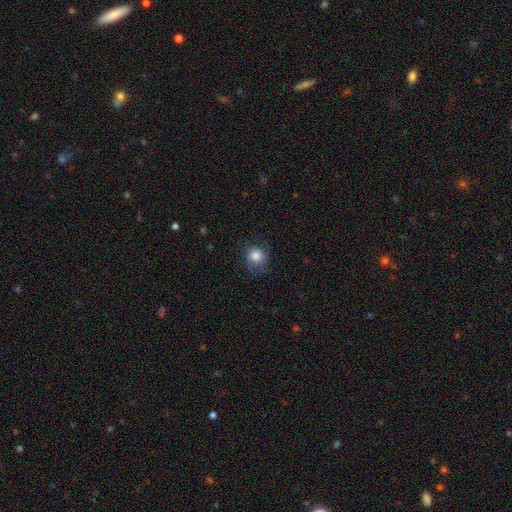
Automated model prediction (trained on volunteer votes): Smooth or featured? Predicted: smooth (p=0.79). How rounded? Predicted: round (p=0.83). Merging? Predicted: none (p=0.66).